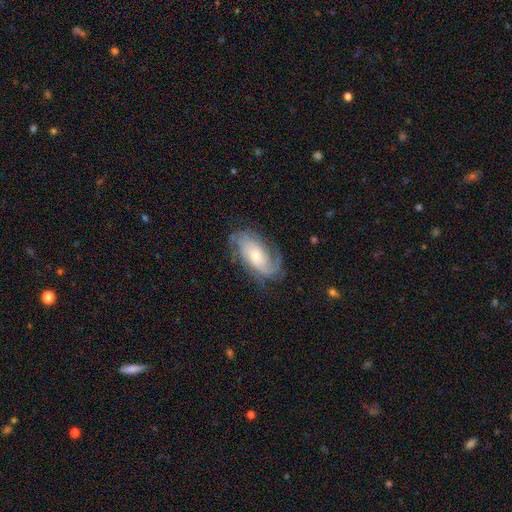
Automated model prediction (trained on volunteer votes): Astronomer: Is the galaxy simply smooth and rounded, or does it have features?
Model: featured or disk — 80%.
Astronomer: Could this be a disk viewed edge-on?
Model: no — 95%.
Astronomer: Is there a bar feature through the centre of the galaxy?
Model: no — 68%.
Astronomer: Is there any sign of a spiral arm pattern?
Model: yes — 94%.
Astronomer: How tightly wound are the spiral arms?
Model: tight — 47% (runner-up: medium, 37%).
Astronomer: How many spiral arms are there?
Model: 2 — 39% (runner-up: can't tell, 29%).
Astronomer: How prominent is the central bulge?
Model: moderate — 53% (runner-up: small, 38%).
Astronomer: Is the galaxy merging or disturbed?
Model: none — 70%.